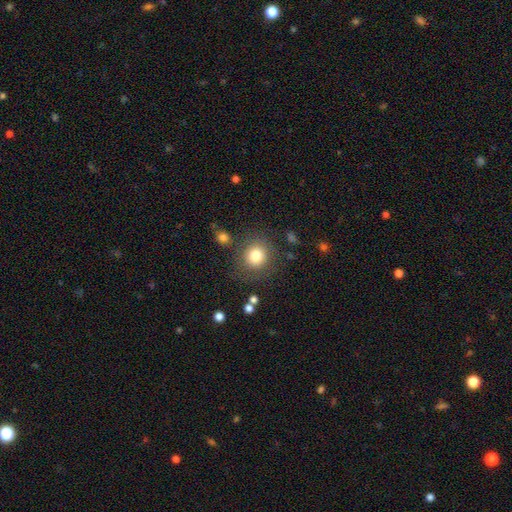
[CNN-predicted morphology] Q: Smooth or featured?
A: smooth (80%); runner-up: star or artifact (11%)
Q: How rounded?
A: round (89%); runner-up: in between (10%)
Q: Merging?
A: none (81%); runner-up: minor disturbance (10%)